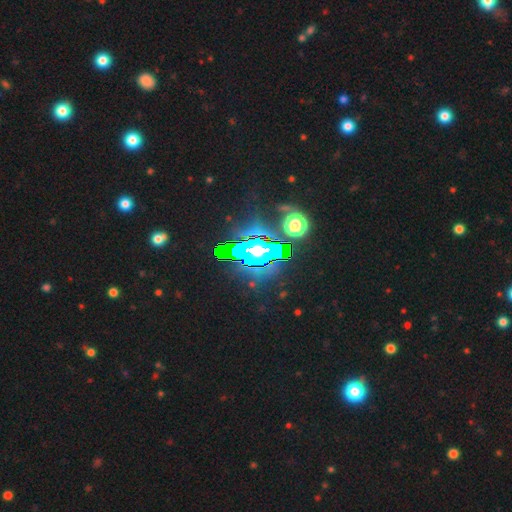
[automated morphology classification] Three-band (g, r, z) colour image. It shows a star or artifact, not a galaxy (67%).